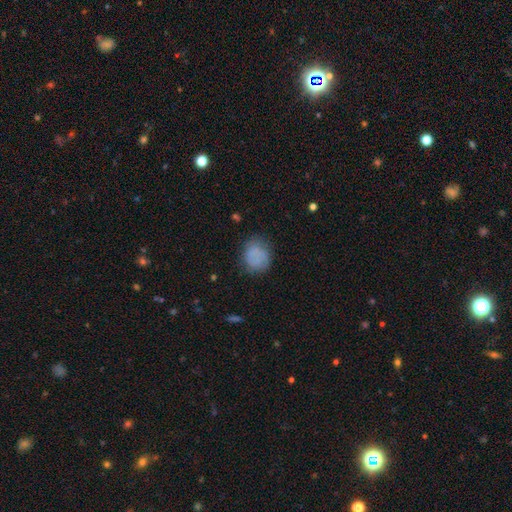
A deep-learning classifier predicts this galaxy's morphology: smooth-or-featured: smooth: 75% | featured or disk: 16% | star or artifact: 9%
  how-rounded: round: 73% | in between: 26% | cigar-shaped: 1%
  merging: none: 67% | minor disturbance: 23% | major disturbance: 8% | merger: 2%